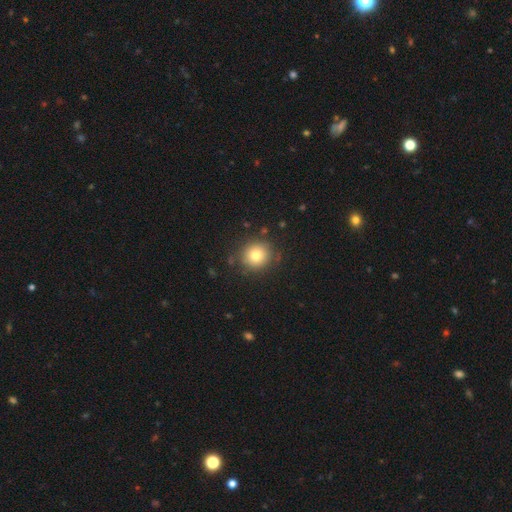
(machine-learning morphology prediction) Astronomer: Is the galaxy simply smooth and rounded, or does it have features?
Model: smooth — 78%.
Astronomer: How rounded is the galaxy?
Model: round — 91%.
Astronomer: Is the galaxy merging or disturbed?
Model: none — 85%.